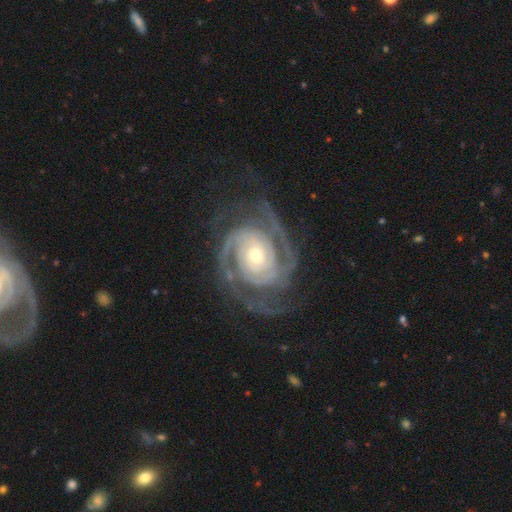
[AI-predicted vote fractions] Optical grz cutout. It shows a featured or disk galaxy (92%) with no bar (69%), 2 (53%) tight (66%) spiral arms (98%) and a small central bulge (56%). Merging: none (71%).